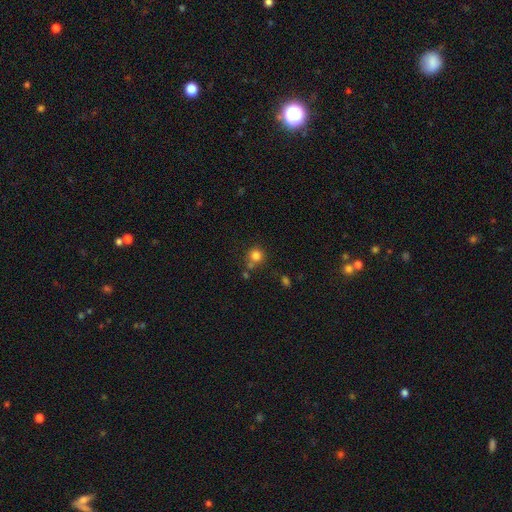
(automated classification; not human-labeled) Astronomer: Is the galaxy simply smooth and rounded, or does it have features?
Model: smooth — 80%.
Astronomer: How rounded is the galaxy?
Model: round — 90%.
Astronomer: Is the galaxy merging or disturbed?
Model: none — 65%.